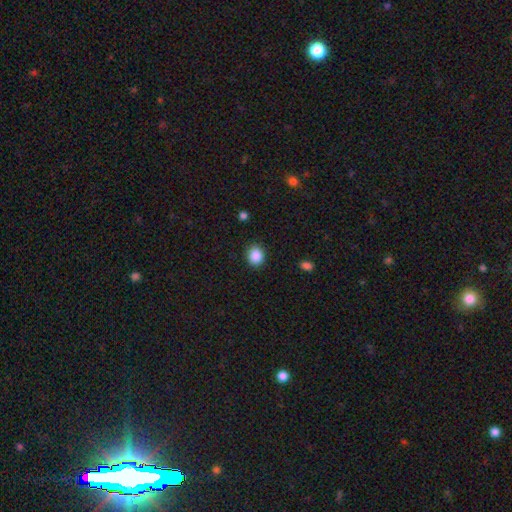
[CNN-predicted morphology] The model was most divided on "how rounded": round: 68%, in between: 31%, cigar-shaped: 1%. More confident: merging — none (88%); smooth or featured — smooth (88%).